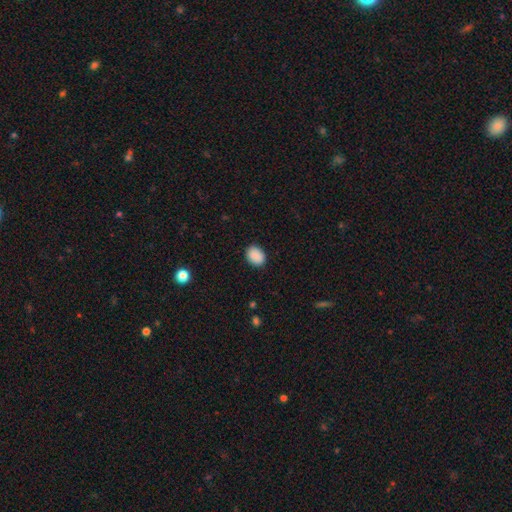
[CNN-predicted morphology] Overall: smooth (90%). How rounded: in between (65%; round 34%). Merging: none (88%).